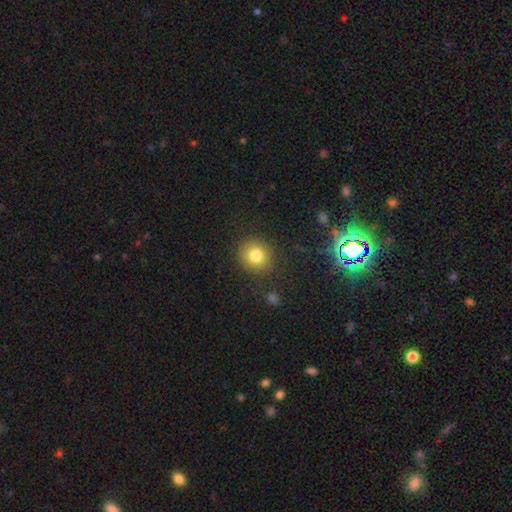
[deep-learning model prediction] Morphology: type=smooth (79%); roundness=round (89%); merging=none (87%).